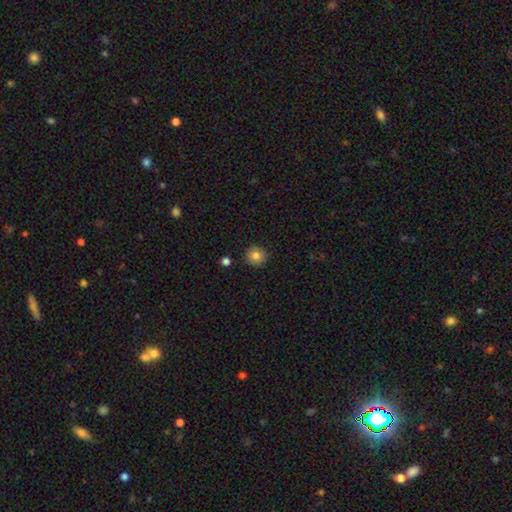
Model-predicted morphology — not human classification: The model was most divided on "smooth or featured": smooth: 83%, star or artifact: 10%, featured or disk: 7%. More confident: how rounded — round (93%); merging — none (90%).